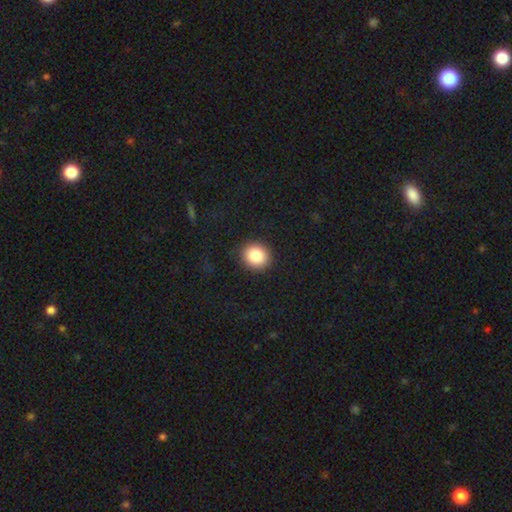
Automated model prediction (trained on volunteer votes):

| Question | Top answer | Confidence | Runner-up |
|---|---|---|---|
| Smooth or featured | smooth | 86% | star or artifact (9%) |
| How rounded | round | 84% | in between (15%) |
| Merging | none | 91% | minor disturbance (6%) |